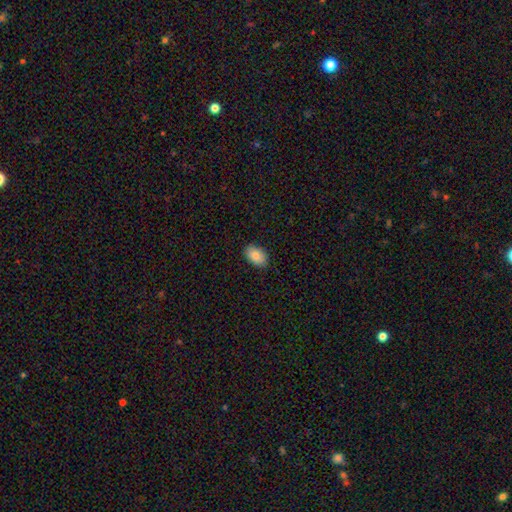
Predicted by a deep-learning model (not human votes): A smooth galaxy with no disk features (86%) that is in between round and cigar-shaped (90%). Merging: none (87%).